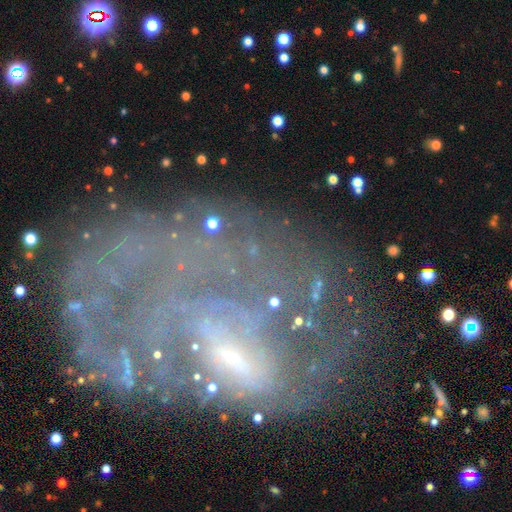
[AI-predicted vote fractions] This is likely a featured or disk galaxy (72%). It is clearly not viewed edge-on (96%). Bar: marginally no (45%). Spiral arm pattern: possibly yes (56%). Central bulge: marginally small (40%). Merging: marginally none (39%).